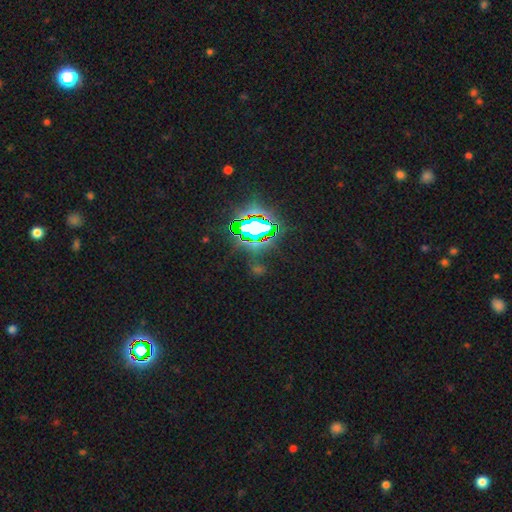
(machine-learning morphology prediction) star or artifact 83%, smooth 10%, featured or disk 7%.